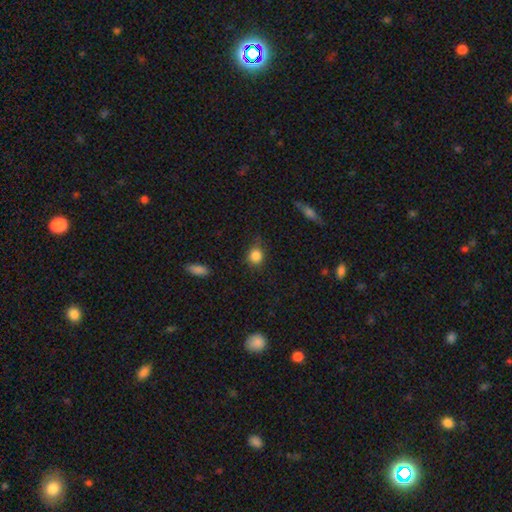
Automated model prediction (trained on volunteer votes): This is clearly a smooth galaxy (85%). How rounded: likely round (79%). Merging: likely none (75%).